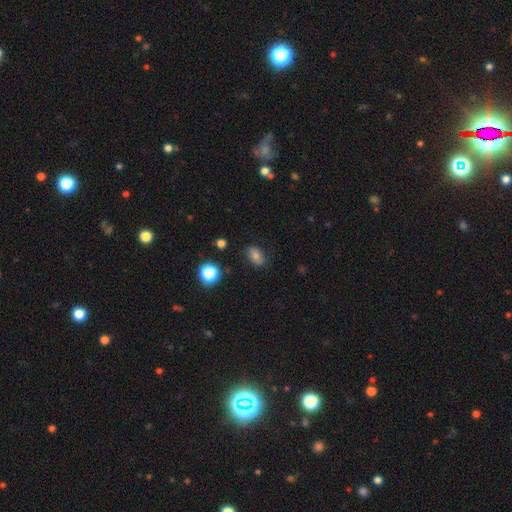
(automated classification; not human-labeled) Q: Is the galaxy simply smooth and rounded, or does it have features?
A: smooth — 75%.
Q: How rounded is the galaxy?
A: in between — 81%.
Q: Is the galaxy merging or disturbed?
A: none — 82%.